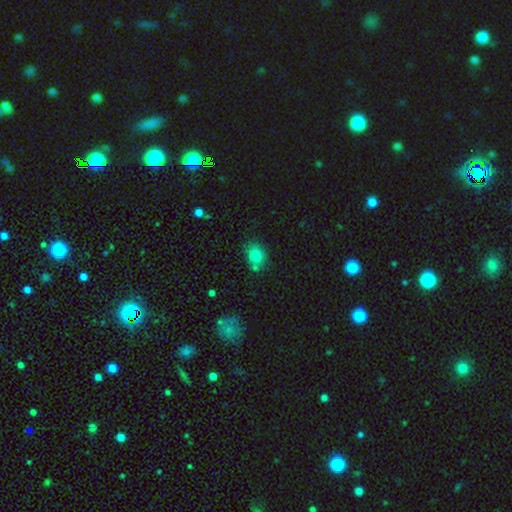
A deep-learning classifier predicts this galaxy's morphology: smooth 80%, star or artifact 11%, featured or disk 9%. Down the decision tree: how rounded — in between (56%); merging — none (71%).